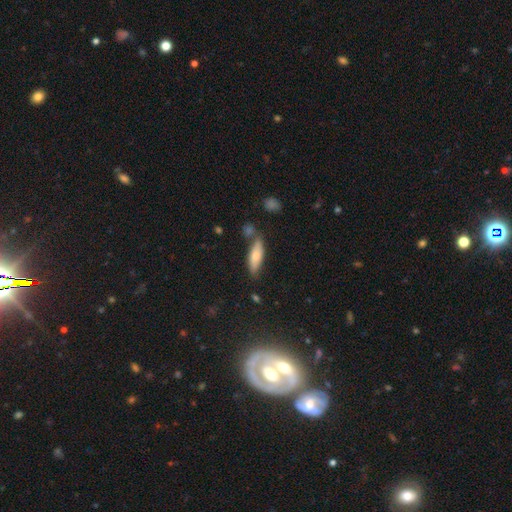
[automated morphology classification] smooth-or-featured: smooth: 73% | featured or disk: 20% | star or artifact: 7%
  how-rounded: in between: 50% | cigar-shaped: 48% | round: 2%
  merging: none: 68% | minor disturbance: 18% | merger: 10% | major disturbance: 4%